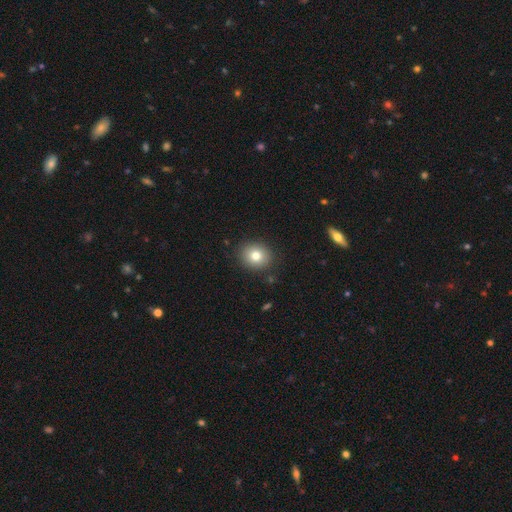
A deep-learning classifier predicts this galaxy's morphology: A smooth galaxy with no disk features (78%) that is round (74%).

Vote fractions:
- Smooth or featured? smooth: 78% / star or artifact: 11% / featured or disk: 11%
- How rounded? round: 74% / in between: 25% / cigar-shaped: 1%
- Merging? none: 88% / minor disturbance: 8% / major disturbance: 2% / merger: 1%